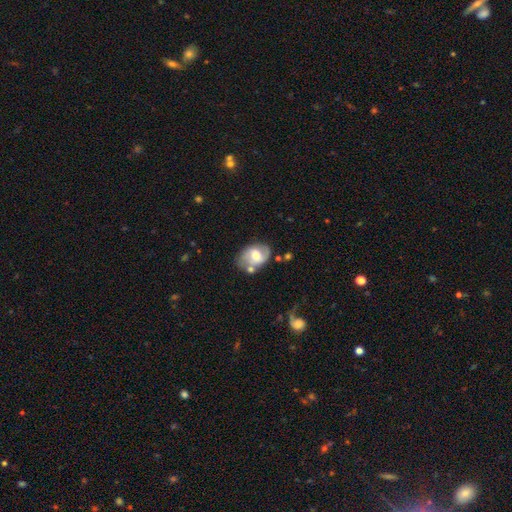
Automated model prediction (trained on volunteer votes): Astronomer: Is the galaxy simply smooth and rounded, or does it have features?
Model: featured or disk — 55% (runner-up: smooth, 38%).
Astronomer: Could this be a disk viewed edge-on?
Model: no — 95%.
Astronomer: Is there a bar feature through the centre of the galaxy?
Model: no — 46% (runner-up: weak, 42%).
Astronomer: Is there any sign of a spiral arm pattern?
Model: yes — 72%.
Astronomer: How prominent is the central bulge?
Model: moderate — 68%.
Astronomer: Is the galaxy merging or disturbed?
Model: none — 57%.